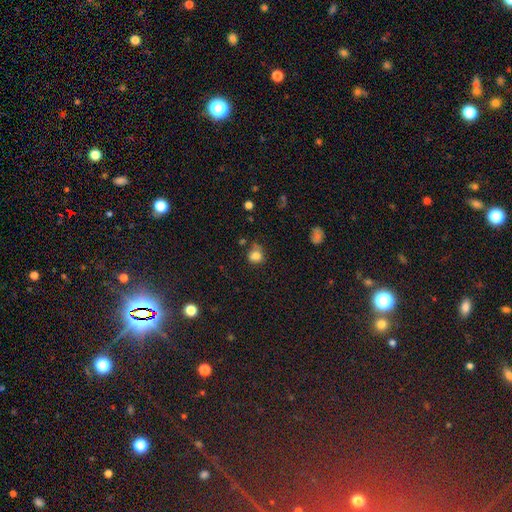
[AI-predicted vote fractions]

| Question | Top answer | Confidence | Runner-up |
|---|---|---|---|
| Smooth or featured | smooth | 80% | star or artifact (13%) |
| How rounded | round | 73% | in between (26%) |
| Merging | none | 57% | minor disturbance (26%) |